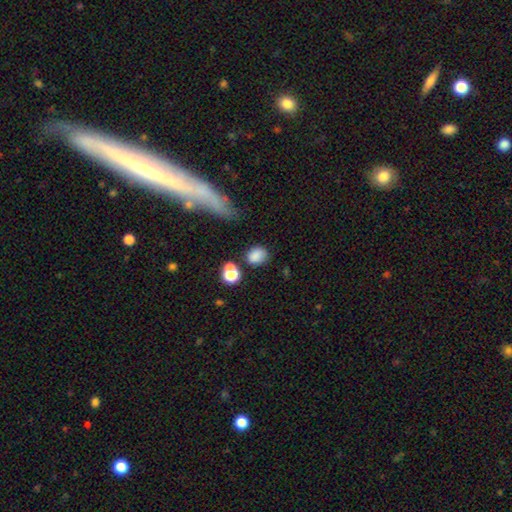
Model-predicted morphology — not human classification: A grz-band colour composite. It shows a smooth galaxy with no disk features (81%) that is round (55%). Merging: none (71%).